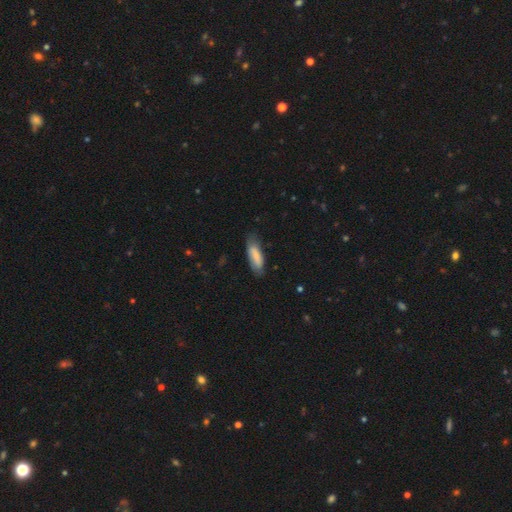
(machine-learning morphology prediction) Q: Smooth or featured?
A: smooth (75%); runner-up: featured or disk (19%)
Q: How rounded?
A: in between (58%); runner-up: cigar-shaped (40%)
Q: Merging?
A: none (69%); runner-up: minor disturbance (24%)